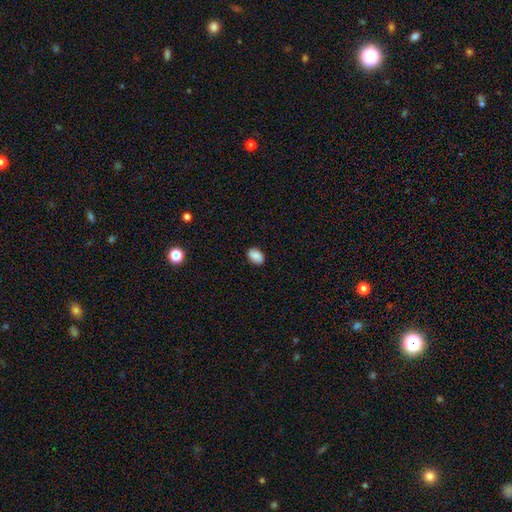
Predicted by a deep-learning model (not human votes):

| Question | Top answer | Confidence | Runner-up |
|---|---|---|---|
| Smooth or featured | smooth | 85% | star or artifact (8%) |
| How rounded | in between | 85% | round (13%) |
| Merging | none | 86% | minor disturbance (11%) |